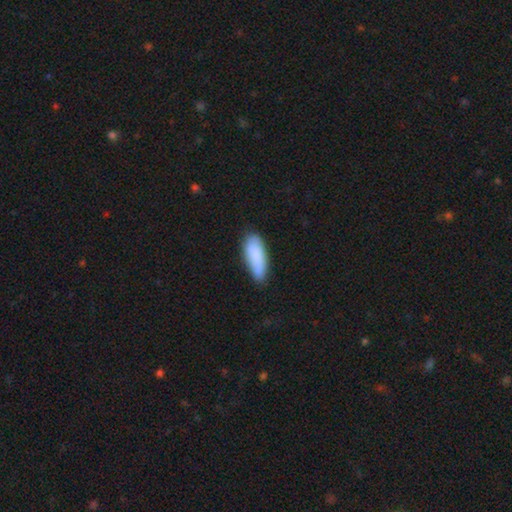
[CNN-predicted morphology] smooth_or_featured: smooth (p=0.86) [alt: featured or disk p=0.08]
how_rounded: in between (p=0.63) [alt: cigar-shaped p=0.35]
merging: none (p=0.70) [alt: minor disturbance p=0.24]